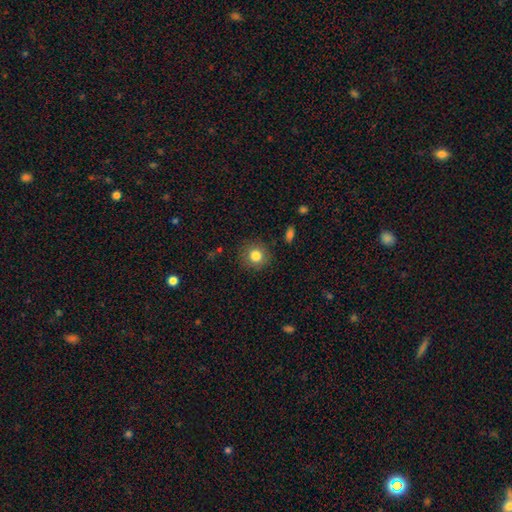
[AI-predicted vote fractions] Smooth or featured? smooth (83%)
How rounded? round (89%)
Merging? none (87%)